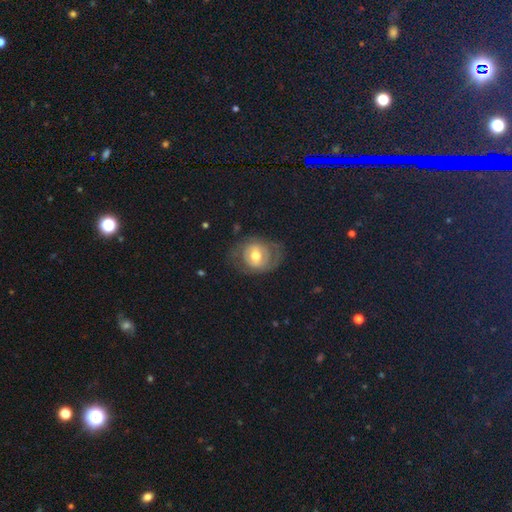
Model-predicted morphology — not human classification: This appears to be a featured or disk galaxy (58%) with no bar (51%), spiral arms (54%) and a moderate central bulge (74%). Merging: none (62%).